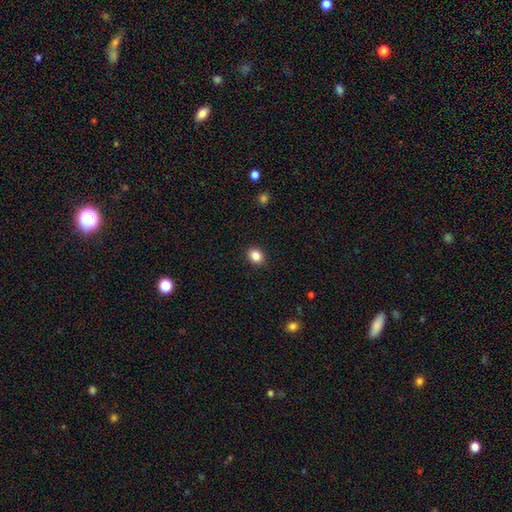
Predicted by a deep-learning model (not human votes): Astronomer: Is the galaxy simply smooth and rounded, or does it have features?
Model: smooth — 85%.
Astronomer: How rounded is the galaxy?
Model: round — 52% (runner-up: in between, 47%).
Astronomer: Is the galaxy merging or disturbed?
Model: none — 91%.